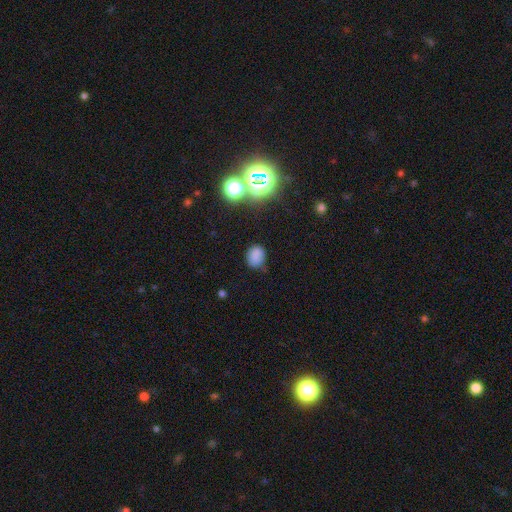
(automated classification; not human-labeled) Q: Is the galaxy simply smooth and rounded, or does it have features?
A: smooth — 77%.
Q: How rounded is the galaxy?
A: in between — 53%.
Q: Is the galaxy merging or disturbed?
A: none — 77%.